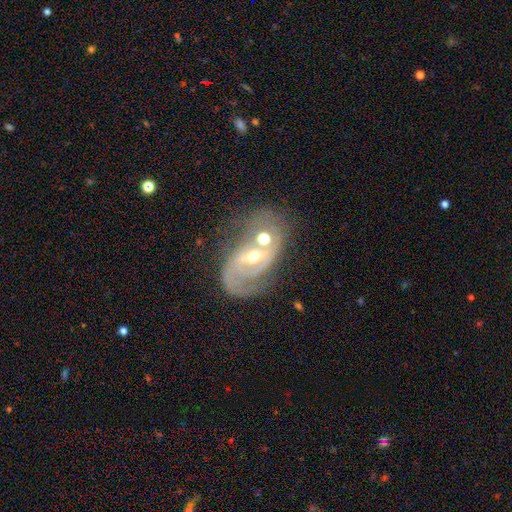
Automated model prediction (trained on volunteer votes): smooth_or_featured: featured or disk (p=0.83) [alt: smooth p=0.10]
disk_edge_on: no (p=0.97) [alt: yes p=0.03]
bar: weak (p=0.40) [alt: no p=0.36]
has_spiral_arms: yes (p=0.89) [alt: no p=0.11]
spiral_winding: medium (p=0.44) [alt: tight p=0.36]
spiral_arm_count: 2 (p=0.59) [alt: 1 p=0.21]
bulge_size: moderate (p=0.57) [alt: small p=0.37]
merging: merger (p=0.38) [alt: none p=0.31]